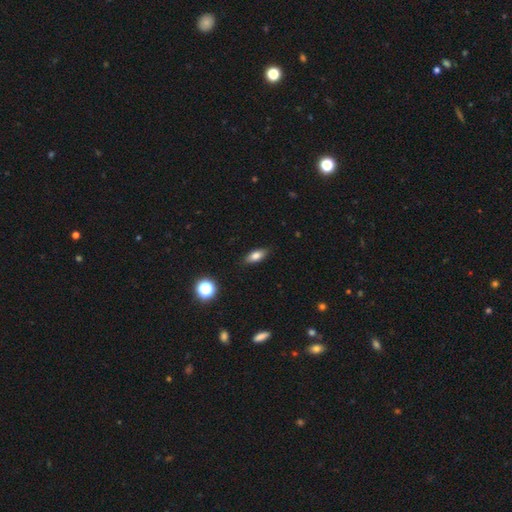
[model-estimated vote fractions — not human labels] Overall: smooth (78%). How rounded: in between (79%). Merging: none (87%).